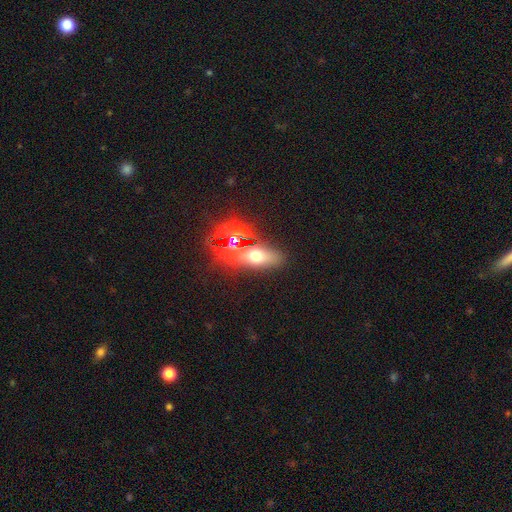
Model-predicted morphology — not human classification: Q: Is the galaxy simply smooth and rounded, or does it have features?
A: smooth — 48%.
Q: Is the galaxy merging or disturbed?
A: none — 70%.